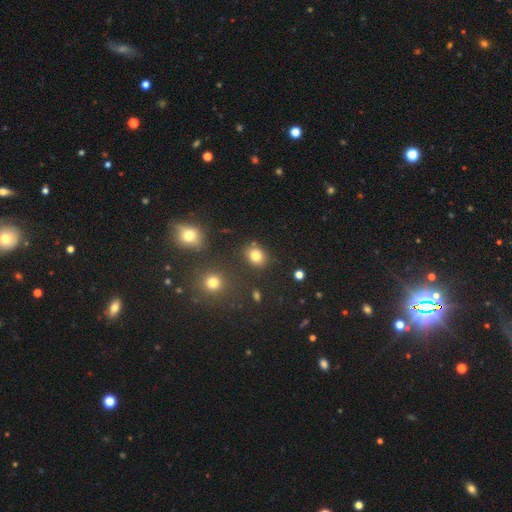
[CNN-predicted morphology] smooth 80%, star or artifact 13%, featured or disk 7%. Down the decision tree: how rounded — round (51%); merging — none (81%).